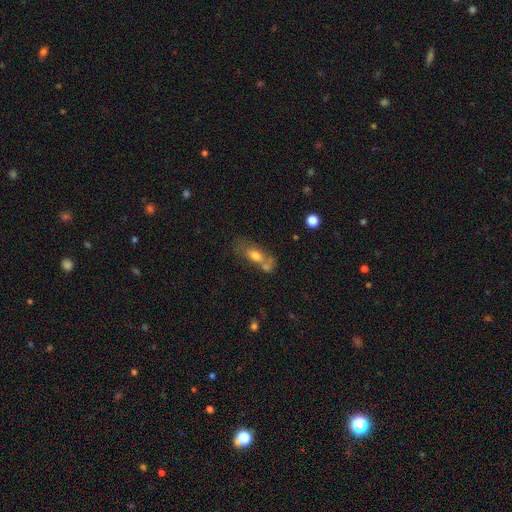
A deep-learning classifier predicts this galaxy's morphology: smooth 68%, featured or disk 23%, star or artifact 9%. Down the decision tree: how rounded — in between (80%); merging — merger (40%).